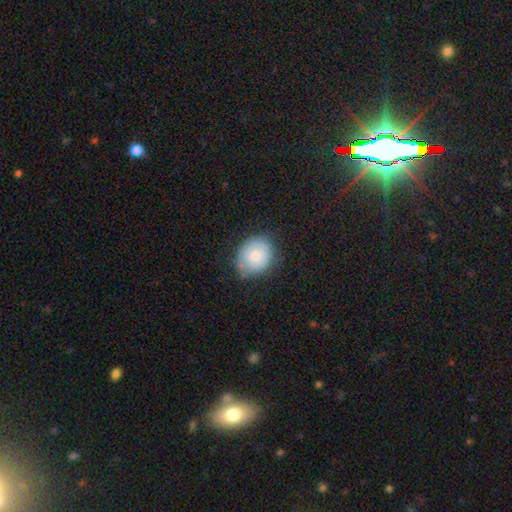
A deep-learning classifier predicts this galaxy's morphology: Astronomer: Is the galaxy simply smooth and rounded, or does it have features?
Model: smooth — 74%.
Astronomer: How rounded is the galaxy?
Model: round — 61% (runner-up: in between, 38%).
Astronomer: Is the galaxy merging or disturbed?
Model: none — 69%.